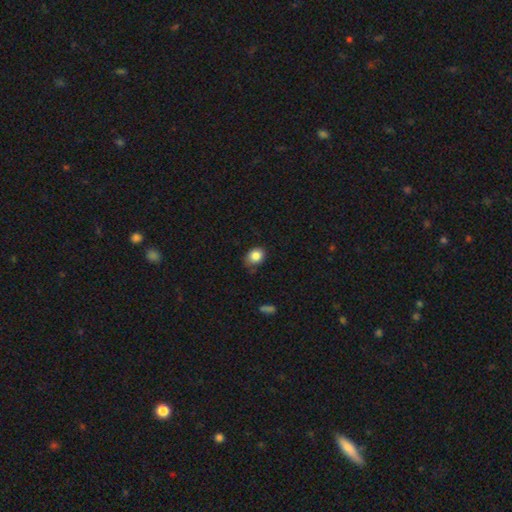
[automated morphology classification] A smooth galaxy with no disk features (85%) that is in between round and cigar-shaped (52%).

Vote fractions:
- Smooth or featured? smooth: 85% / star or artifact: 9% / featured or disk: 6%
- How rounded? in between: 52% / round: 47% / cigar-shaped: 1%
- Merging? none: 66% / minor disturbance: 27% / major disturbance: 5% / merger: 2%